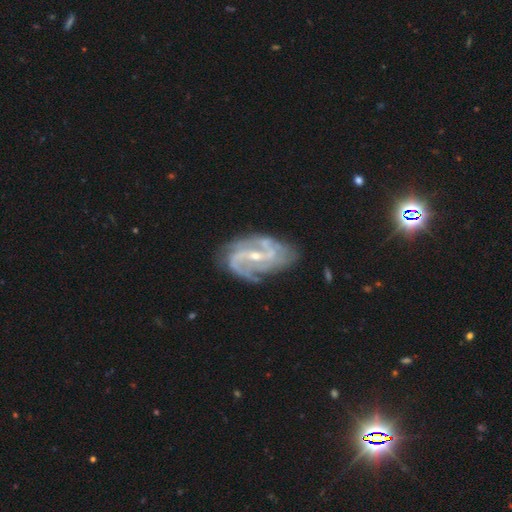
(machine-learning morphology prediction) Smooth or featured: featured or disk — 89% (star or artifact — 6%)
Edge-on disk: no — 97% (yes — 3%)
Bar: weak — 43% (strong — 36%)
Spiral arms: yes — 96% (no — 4%)
Spiral winding: medium — 47% (loose — 28%)
Spiral arm count: 2 — 62% (3 — 13%)
Bulge size: small — 68% (moderate — 28%)
Merging: none — 63% (minor disturbance — 22%)